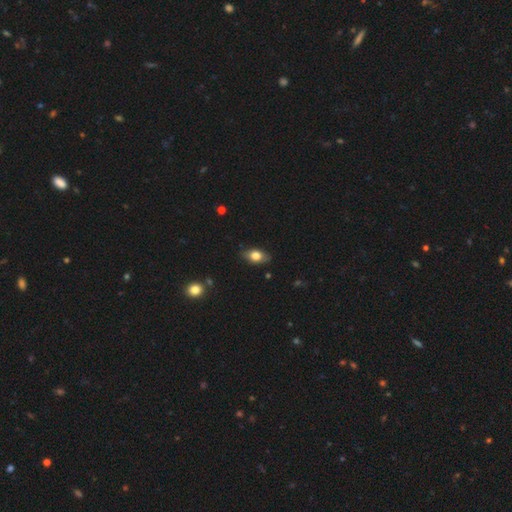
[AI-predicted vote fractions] Smooth or featured? smooth (76%)
How rounded? in between (86%)
Merging? none (82%)